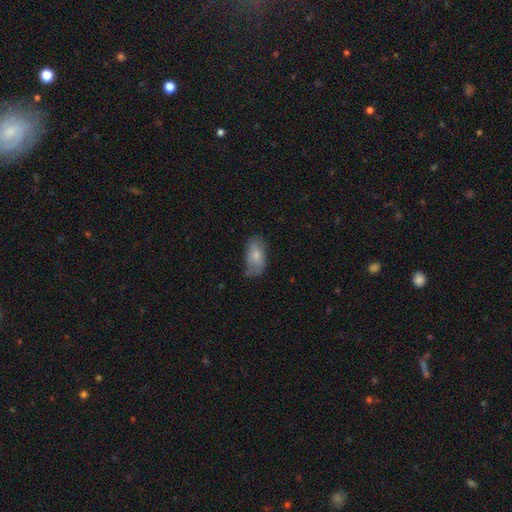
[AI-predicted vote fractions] Morphology: type=smooth (74%); roundness=in between (92%); merging=none (57%).